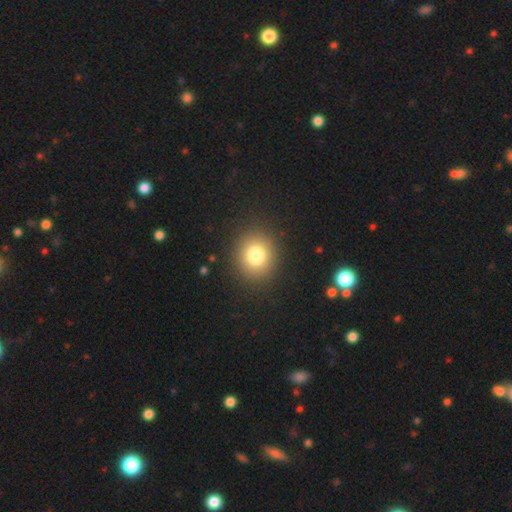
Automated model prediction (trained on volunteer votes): Q: Smooth or featured?
A: smooth (79%); runner-up: star or artifact (12%)
Q: How rounded?
A: round (78%); runner-up: in between (21%)
Q: Merging?
A: none (90%); runner-up: minor disturbance (6%)